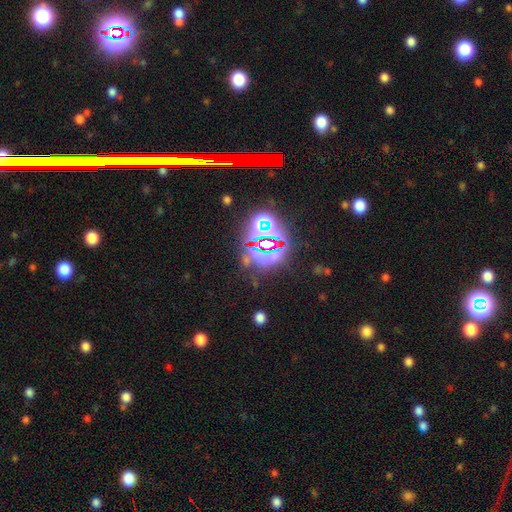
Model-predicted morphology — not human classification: Overall: star or artifact (75%).